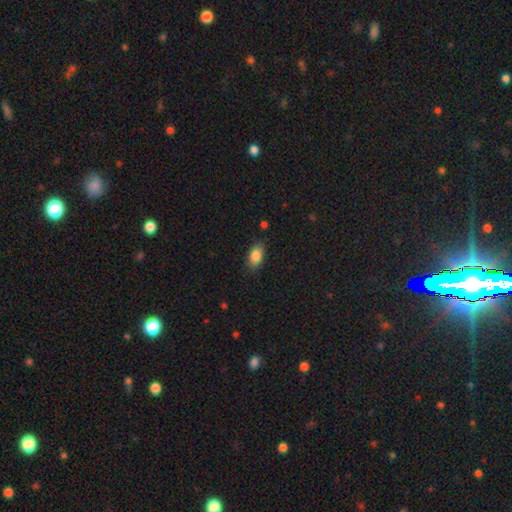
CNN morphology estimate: A smooth galaxy with no disk features (86%) that is in between round and cigar-shaped (90%). Merging: none (80%).